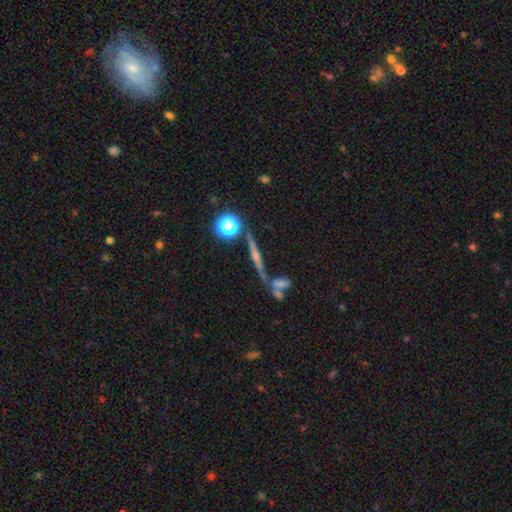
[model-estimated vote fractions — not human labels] The model was most divided on "edge-on bulge": rounded: 65%, none: 25%, boxy: 10%. More confident: edge-on disk — yes (94%); merging — none (76%); smooth or featured — featured or disk (64%).